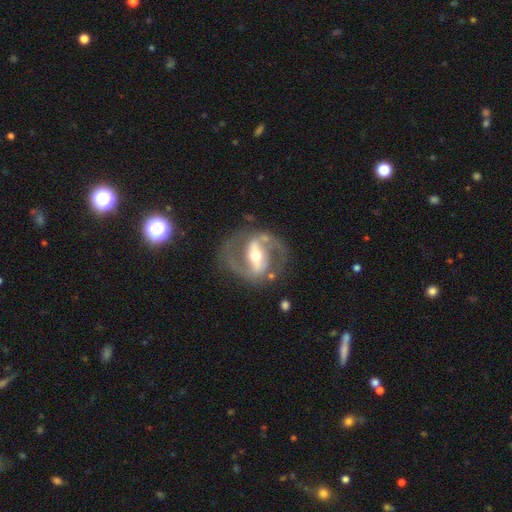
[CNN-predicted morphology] This is clearly a featured or disk galaxy (87%). It is clearly not viewed edge-on (95%). Bar: likely strong (63%). Spiral arm pattern: clearly yes (88%). Spiral arm count: clearly 2 (91%). Spiral winding: possibly medium (57%). Central bulge: likely moderate (62%). Merging: likely none (77%).